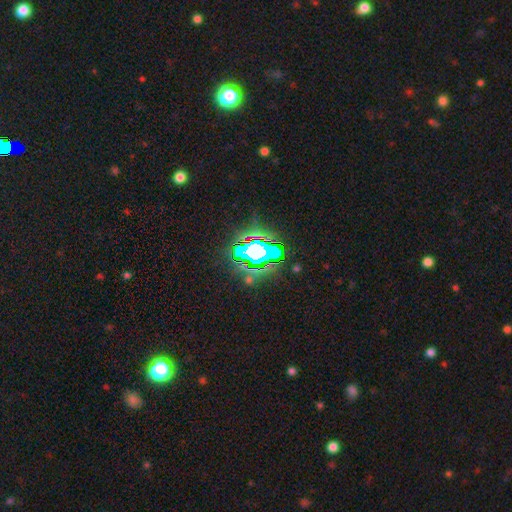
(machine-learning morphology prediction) The model was most divided on "smooth or featured": star or artifact: 58%, featured or disk: 21%, smooth: 20%.